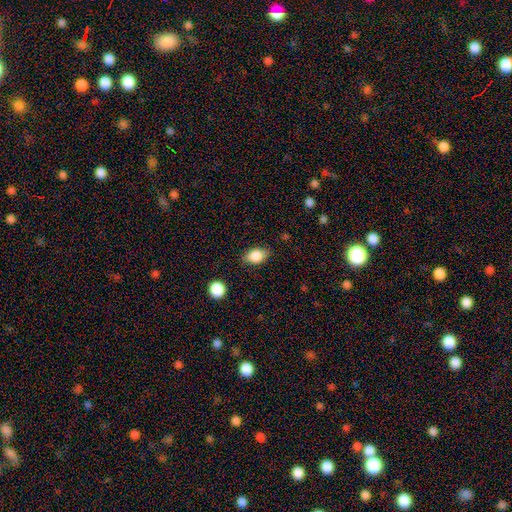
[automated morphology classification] smooth 84%, star or artifact 8%, featured or disk 8%. Down the decision tree: how rounded — in between (81%); merging — none (79%).